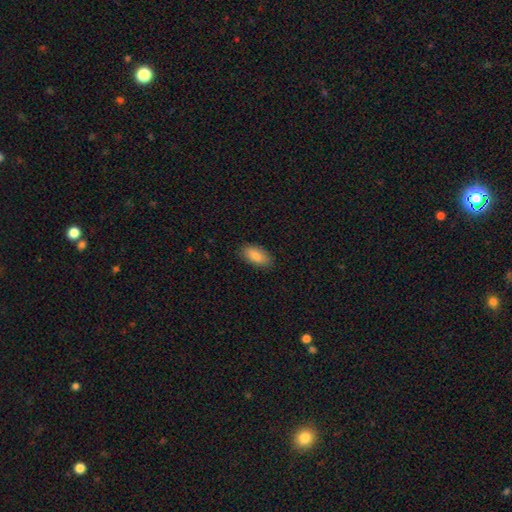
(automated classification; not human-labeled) Morphology: type=smooth (87%); roundness=in between (91%); merging=none (87%).